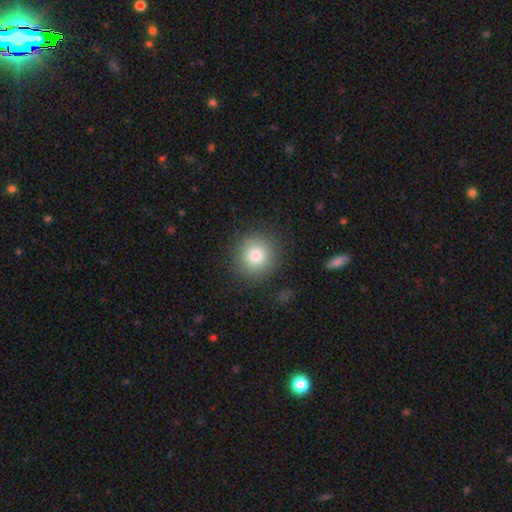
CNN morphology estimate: smooth-or-featured: smooth: 81% | star or artifact: 11% | featured or disk: 9%
  how-rounded: round: 93% | in between: 6% | cigar-shaped: 1%
  merging: none: 88% | minor disturbance: 7% | major disturbance: 3% | merger: 1%